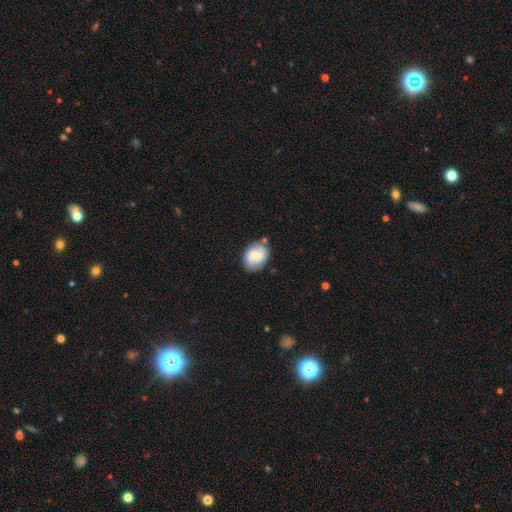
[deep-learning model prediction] smooth-or-featured: smooth: 61% | featured or disk: 31% | star or artifact: 8%
  how-rounded: in between: 58% | round: 41% | cigar-shaped: 1%
  merging: none: 74% | minor disturbance: 18% | major disturbance: 4% | merger: 4%